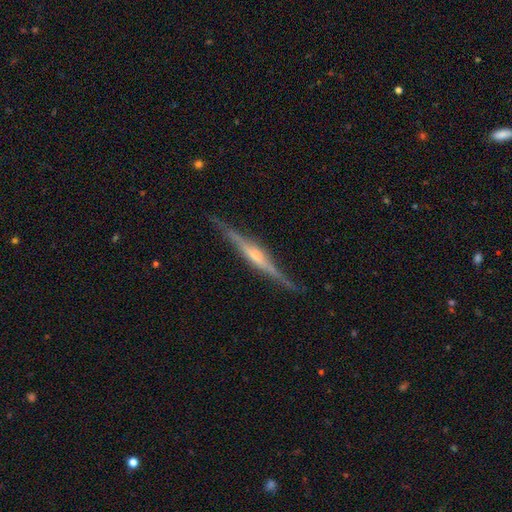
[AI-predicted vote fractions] smooth-or-featured: featured or disk: 83% | smooth: 12% | star or artifact: 5%
  disk-edge-on: yes: 98% | no: 2%
    edge-on-bulge: rounded: 66% | boxy: 21% | none: 13%
  merging: none: 87% | minor disturbance: 10% | major disturbance: 2% | merger: 1%